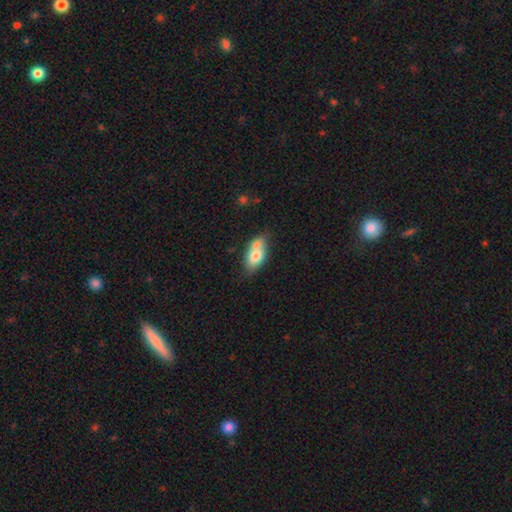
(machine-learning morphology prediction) This is likely a smooth galaxy (70%). How rounded: clearly in between (87%). Merging: marginally none (41%).